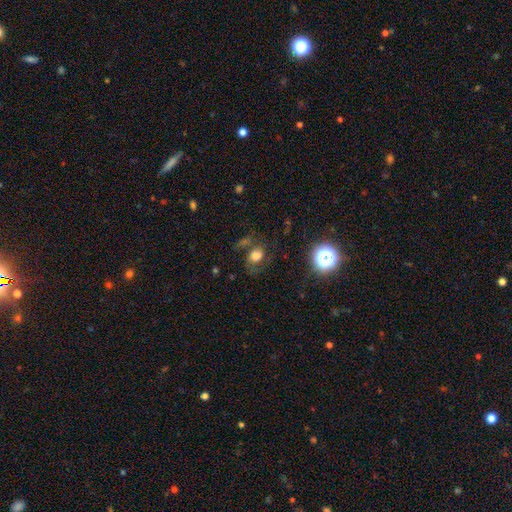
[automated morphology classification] A smooth galaxy with no disk features (55%) that is in between round and cigar-shaped (52%).

Vote fractions:
- Smooth or featured? smooth: 55% / featured or disk: 27% / star or artifact: 18%
- How rounded? in between: 52% / round: 46% / cigar-shaped: 2%
- Merging? none: 50% / minor disturbance: 20% / major disturbance: 20% / merger: 10%